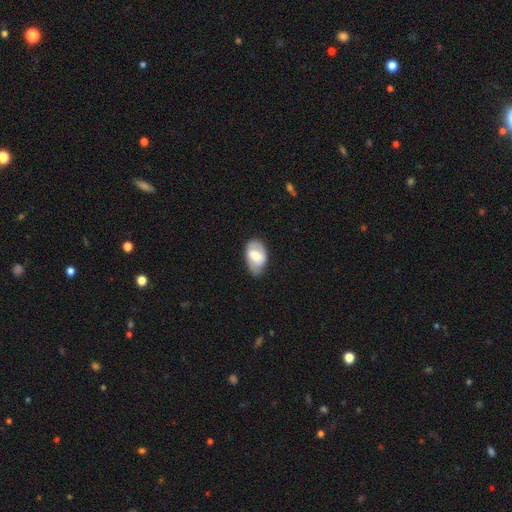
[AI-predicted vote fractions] smooth_or_featured: smooth (p=0.58) [alt: featured or disk p=0.36]
how_rounded: in between (p=0.91) [alt: round p=0.07]
merging: none (p=0.66) [alt: minor disturbance p=0.26]